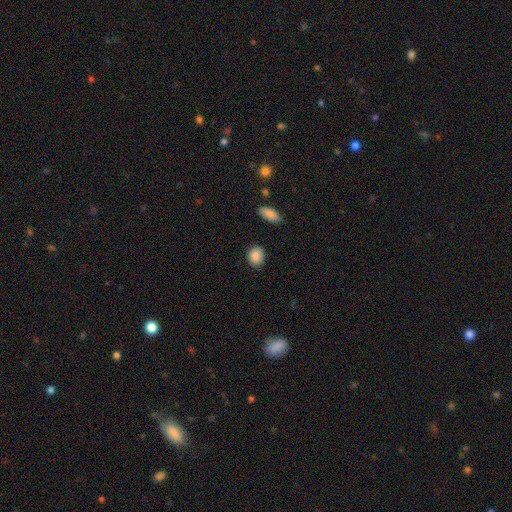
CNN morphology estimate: Smooth or featured? Predicted: smooth (p=0.88). How rounded? Predicted: round (p=0.61). Merging? Predicted: none (p=0.87).